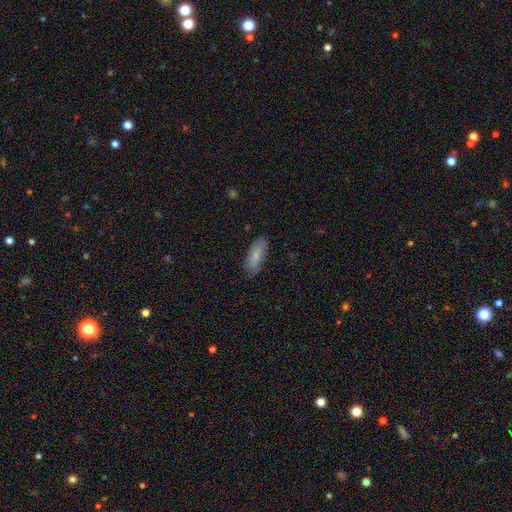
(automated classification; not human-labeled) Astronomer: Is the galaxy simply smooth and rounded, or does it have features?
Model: smooth — 80%.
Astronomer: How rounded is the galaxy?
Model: in between — 74%.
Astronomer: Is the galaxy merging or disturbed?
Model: none — 81%.